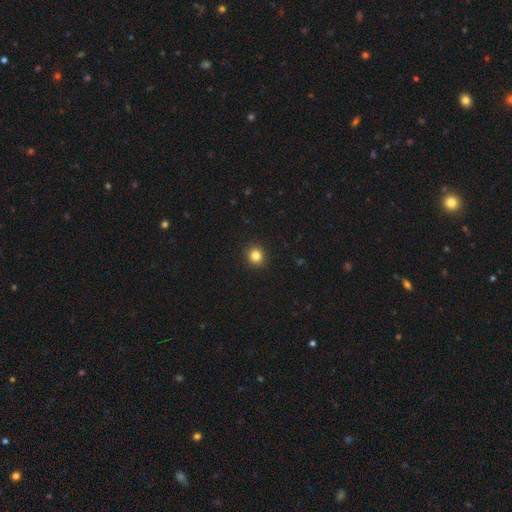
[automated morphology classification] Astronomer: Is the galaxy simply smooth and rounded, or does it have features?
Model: smooth — 84%.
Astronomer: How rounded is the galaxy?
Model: round — 88%.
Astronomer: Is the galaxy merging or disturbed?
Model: none — 92%.